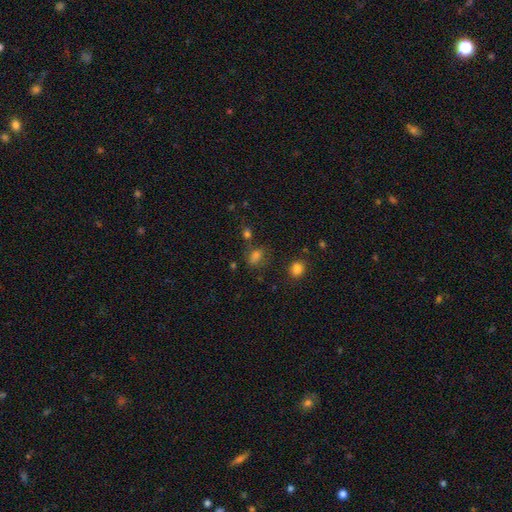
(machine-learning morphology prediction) Smooth or featured? smooth (68%)
How rounded? in between (72%)
Merging? none (63%)